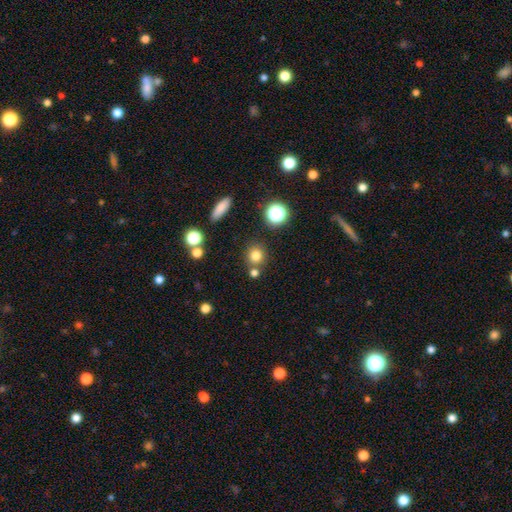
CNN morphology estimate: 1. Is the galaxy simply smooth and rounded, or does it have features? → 78% smooth, 15% star or artifact, 7% featured or disk.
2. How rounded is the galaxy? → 84% round, 15% in between, 1% cigar-shaped.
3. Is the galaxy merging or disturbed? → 75% none, 13% merger, 9% minor disturbance, 3% major disturbance.